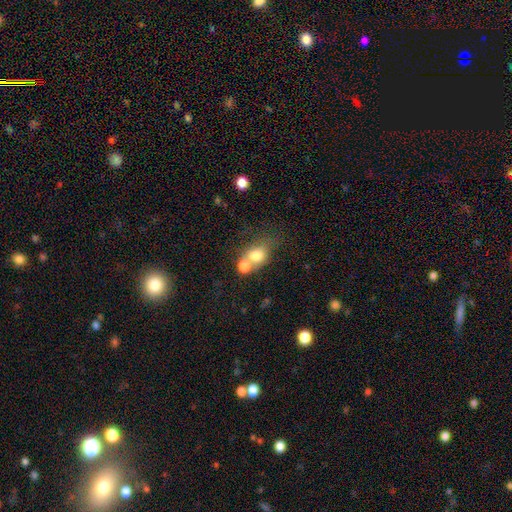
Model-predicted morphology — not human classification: smooth 74%, featured or disk 15%, star or artifact 11%. Down the decision tree: how rounded — in between (50%); merging — merger (51%).